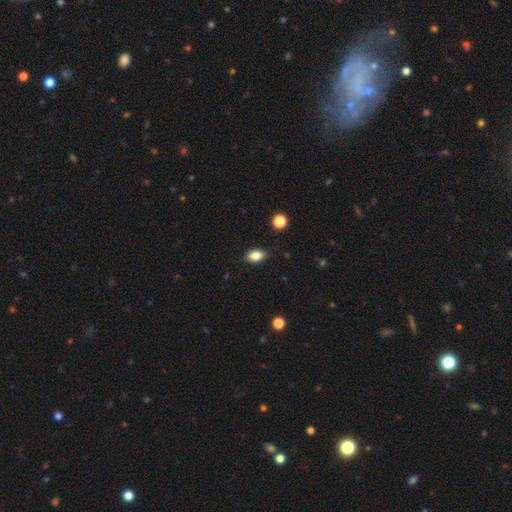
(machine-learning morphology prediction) Overall: smooth (86%). How rounded: in between (89%). Merging: none (86%).